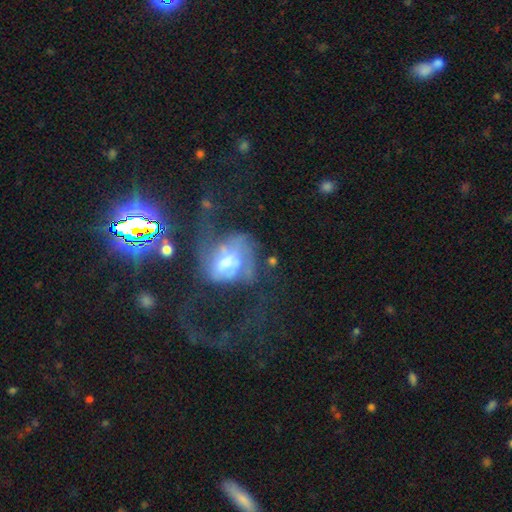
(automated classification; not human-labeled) featured or disk 67%, star or artifact 17%, smooth 16%. Down the decision tree: edge-on disk — no (96%); bar — no (54%); spiral arms — yes (82%); spiral arm count — 2 (76%); spiral winding — loose (50%); bulge size — moderate (52%); merging — none (44%).